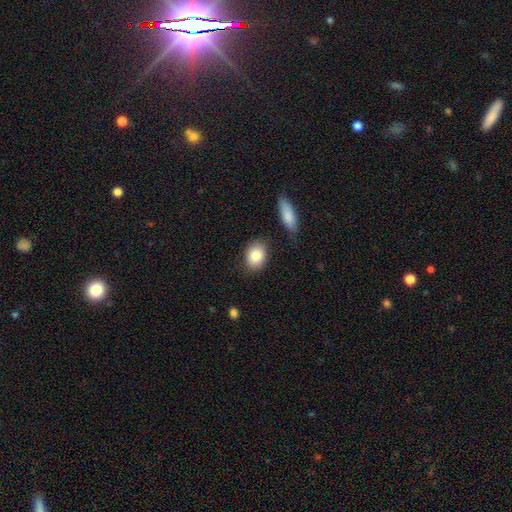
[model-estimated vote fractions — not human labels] A smooth galaxy with no disk features (86%) that is in between round and cigar-shaped (71%).

Vote fractions:
- Smooth or featured? smooth: 86% / featured or disk: 8% / star or artifact: 7%
- How rounded? in between: 71% / round: 27% / cigar-shaped: 2%
- Merging? none: 81% / minor disturbance: 12% / merger: 4% / major disturbance: 3%